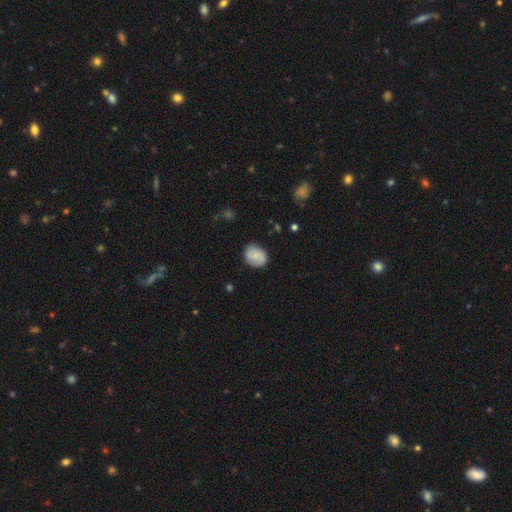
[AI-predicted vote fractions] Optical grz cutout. It shows a smooth galaxy with no disk features (70%) that is round (54%). Merging: none (76%).